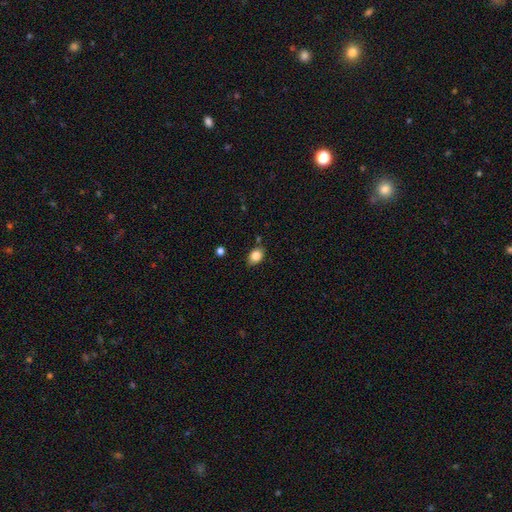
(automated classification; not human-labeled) A smooth galaxy with no disk features (85%) that is in between round and cigar-shaped (76%). Merging: none (81%).